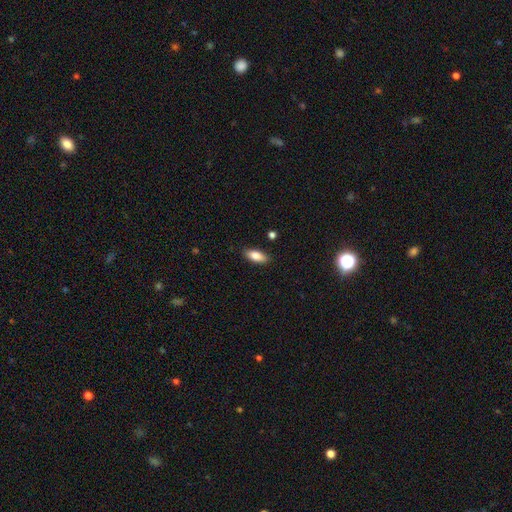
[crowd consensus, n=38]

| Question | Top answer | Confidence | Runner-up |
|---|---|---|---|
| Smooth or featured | smooth | 82% | featured or disk (11%) |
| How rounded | in between | 81% | cigar-shaped (16%) |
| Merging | none | 74% | minor disturbance (14%) |